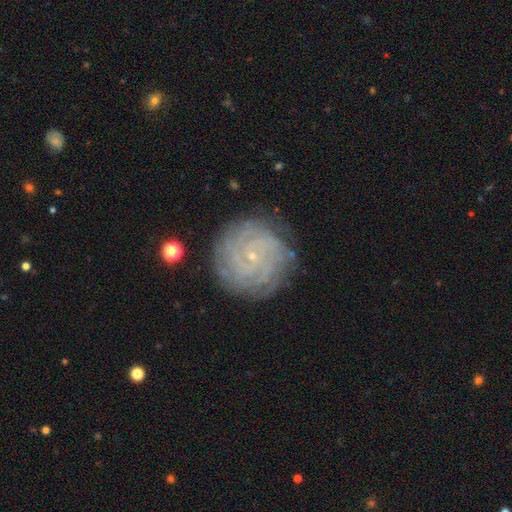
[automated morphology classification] Q: Smooth or featured?
A: featured or disk (75%); runner-up: smooth (14%)
Q: Edge-on disk?
A: no (98%); runner-up: yes (2%)
Q: Bar?
A: no (76%); runner-up: weak (19%)
Q: Spiral arms?
A: yes (95%); runner-up: no (5%)
Q: Spiral winding?
A: tight (81%); runner-up: medium (15%)
Q: Spiral arm count?
A: can't tell (32%); runner-up: 4 (19%)
Q: Bulge size?
A: small (88%); runner-up: moderate (7%)
Q: Merging?
A: none (85%); runner-up: minor disturbance (10%)